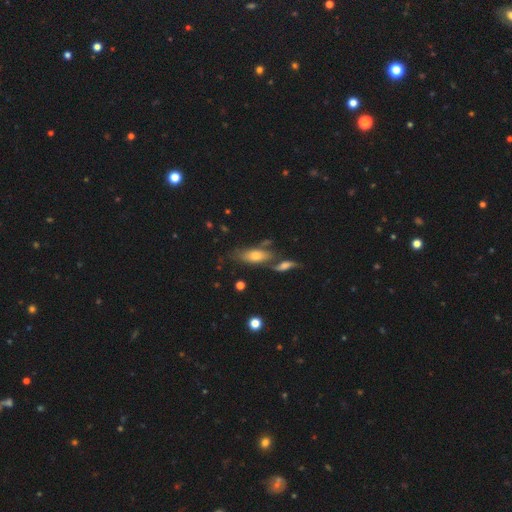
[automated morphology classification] Smooth or featured? smooth (60%)
How rounded? in between (74%)
Merging? none (49%)